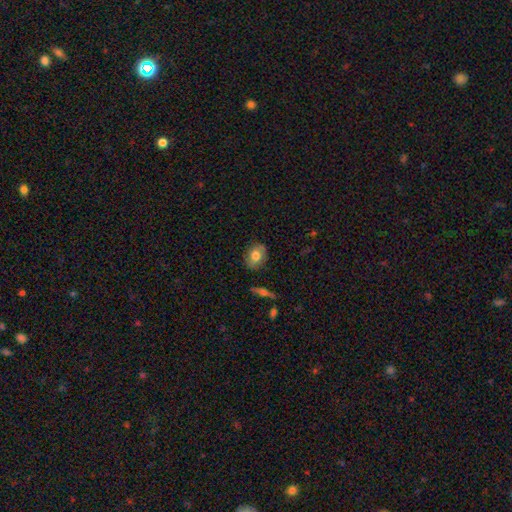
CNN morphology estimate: Smooth or featured: smooth — 71% (featured or disk — 22%)
How rounded: in between — 51% (round — 47%)
Merging: none — 81% (minor disturbance — 15%)